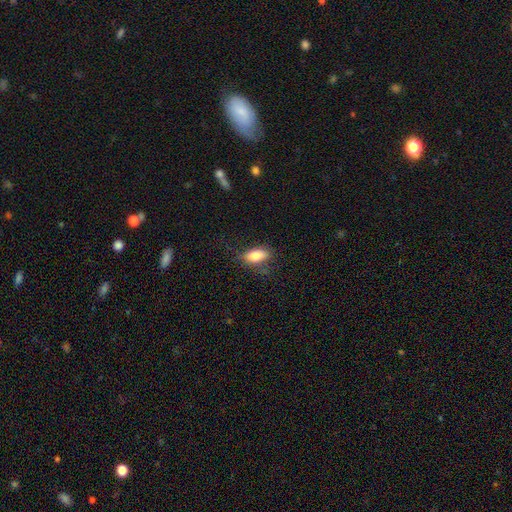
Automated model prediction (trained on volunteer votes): The model was most divided on "merging": none: 74%, minor disturbance: 18%, major disturbance: 7%, merger: 1%. More confident: how rounded — in between (86%); smooth or featured — smooth (81%).